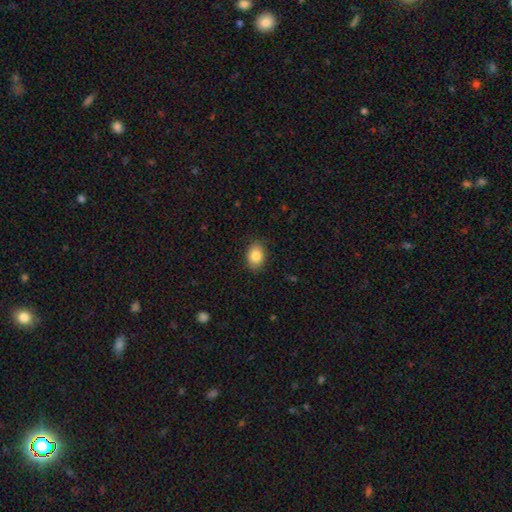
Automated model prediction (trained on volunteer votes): Overall: smooth (84%). How rounded: in between (71%). Merging: none (86%).